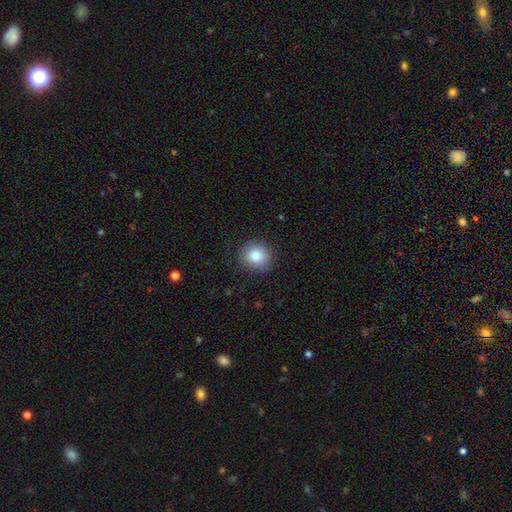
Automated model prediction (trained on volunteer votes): Morphology: type=smooth (84%); roundness=round (82%); merging=none (87%).